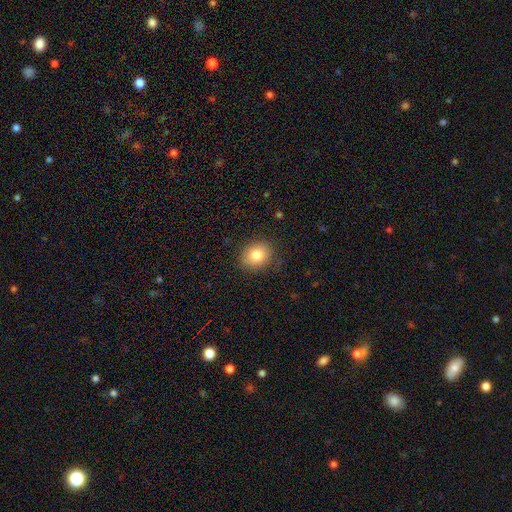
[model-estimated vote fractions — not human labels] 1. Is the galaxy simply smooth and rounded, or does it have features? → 84% smooth, 9% star or artifact, 8% featured or disk.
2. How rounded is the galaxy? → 57% round, 42% in between, 1% cigar-shaped.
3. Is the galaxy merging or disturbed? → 85% none, 11% minor disturbance, 3% major disturbance, 1% merger.